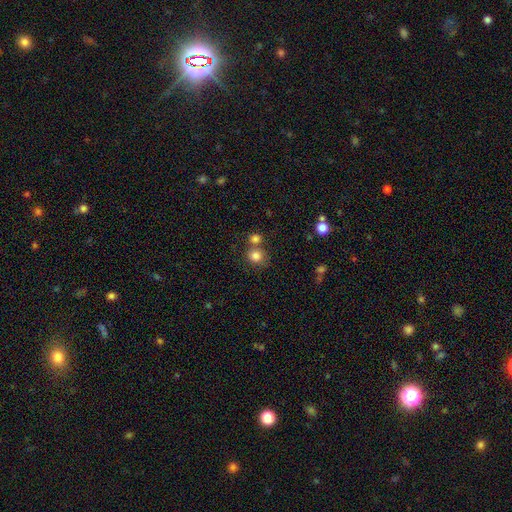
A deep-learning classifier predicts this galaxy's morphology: Smooth or featured? smooth (82%)
How rounded? round (87%)
Merging? none (60%)